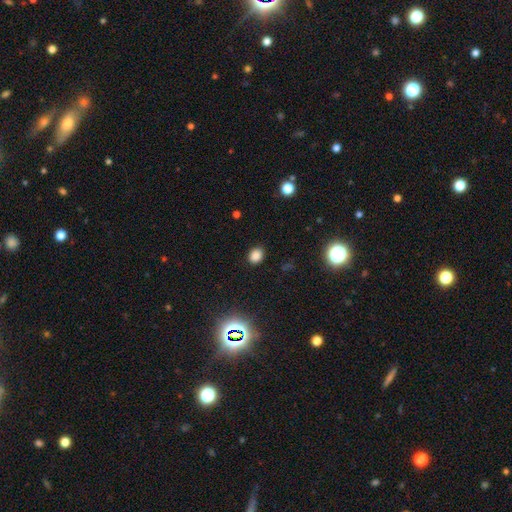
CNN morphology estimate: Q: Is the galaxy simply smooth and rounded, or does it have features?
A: smooth — 80%.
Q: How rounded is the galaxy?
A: in between — 55%.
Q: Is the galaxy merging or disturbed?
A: none — 87%.